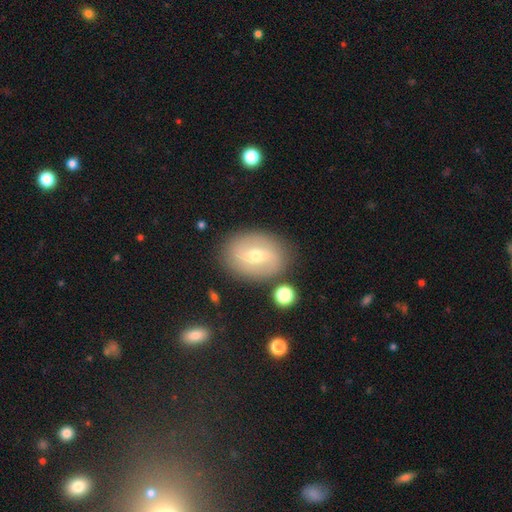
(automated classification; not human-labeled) smooth-or-featured: featured or disk: 53% | smooth: 39% | star or artifact: 8%
  disk-edge-on: no: 93% | yes: 7%
  merging: none: 83% | minor disturbance: 11% | major disturbance: 4% | merger: 2%